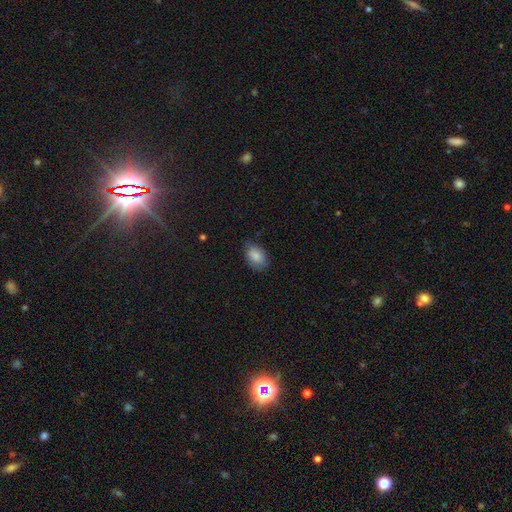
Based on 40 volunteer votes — smooth-or-featured: smooth: 88% | featured or disk: 12% | star or artifact: 0%
  how-rounded: in between: 94% | round: 6% | cigar-shaped: 0%
  merging: none: 52% | minor disturbance: 38% | major disturbance: 10% | merger: 0%